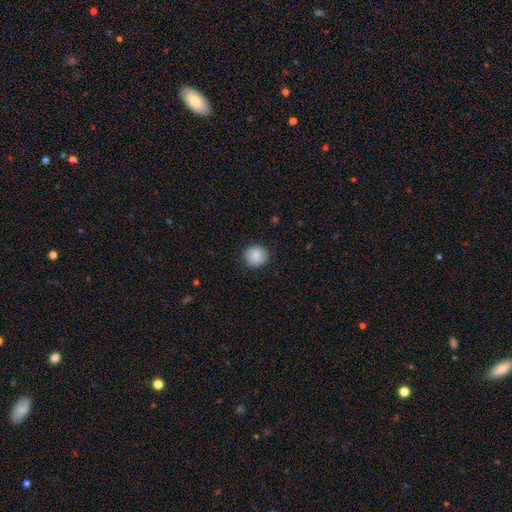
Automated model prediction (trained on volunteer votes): Smooth or featured? smooth (87%)
How rounded? round (86%)
Merging? none (87%)